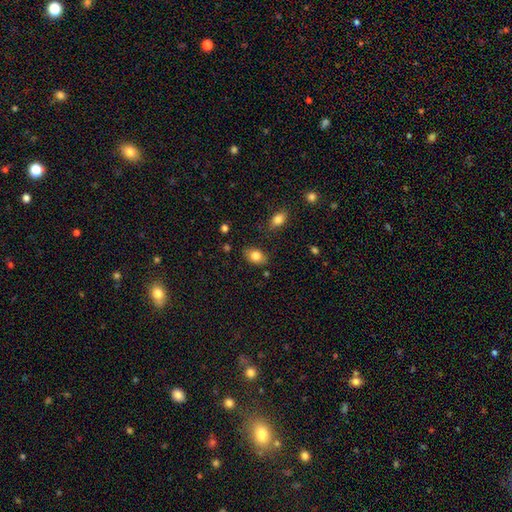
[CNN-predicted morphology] This is clearly a smooth galaxy (82%). How rounded: clearly in between (84%). Merging: clearly none (82%).